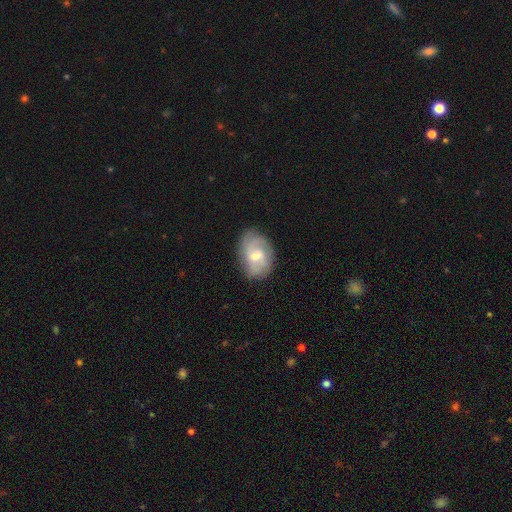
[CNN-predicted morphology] smooth-or-featured: featured or disk: 57% | smooth: 37% | star or artifact: 6%
  disk-edge-on: no: 96% | yes: 4%
    bar: weak: 50% | no: 41% | strong: 9%
    has-spiral-arms: yes: 81% | no: 19%
    bulge-size: moderate: 61% | small: 33% | large: 4% | none: 2% | dominant: 1%
  merging: none: 75% | minor disturbance: 19% | major disturbance: 5% | merger: 1%